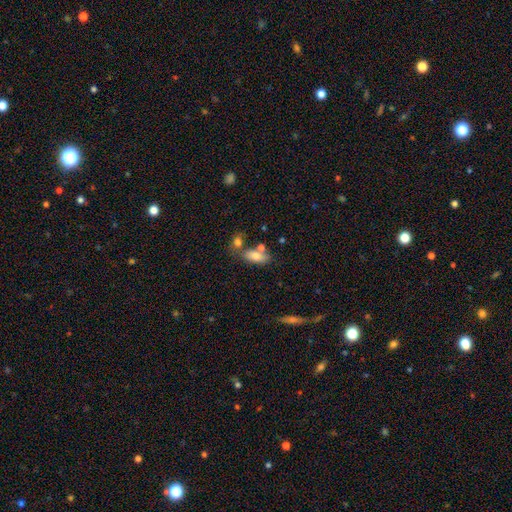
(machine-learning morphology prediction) Overall: smooth (75%). How rounded: in between (82%). Merging: none (52%; merger 25%).